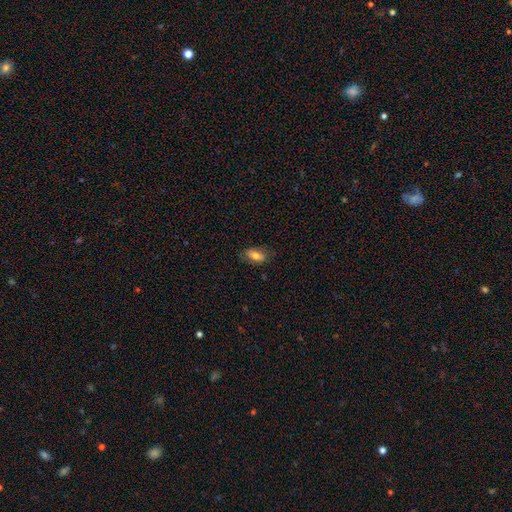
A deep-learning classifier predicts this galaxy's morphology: smooth 73%, featured or disk 19%, star or artifact 8%. Down the decision tree: how rounded — in between (85%); merging — none (78%).